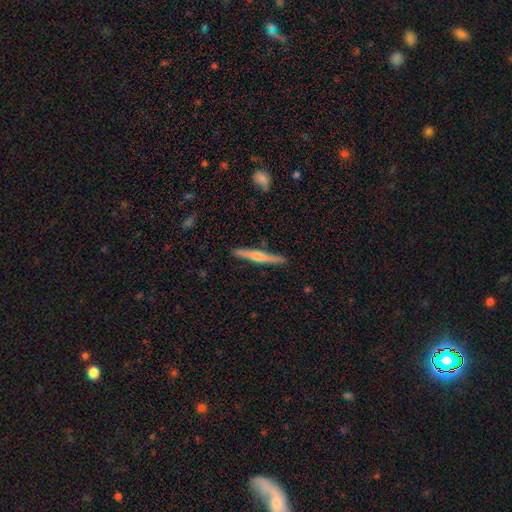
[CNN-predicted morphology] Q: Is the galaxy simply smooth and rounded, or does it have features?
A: featured or disk — 69%.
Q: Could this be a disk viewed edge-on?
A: yes — 98%.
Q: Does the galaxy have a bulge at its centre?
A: rounded — 81%.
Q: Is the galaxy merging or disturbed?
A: none — 90%.